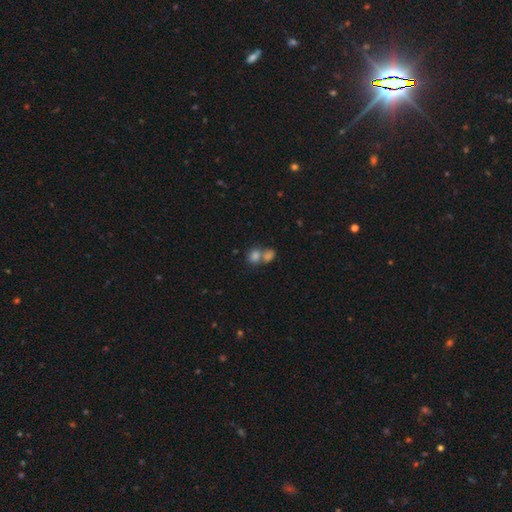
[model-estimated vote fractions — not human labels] This is likely a smooth galaxy (76%). How rounded: likely round (61%). Merging: possibly merger (57%).